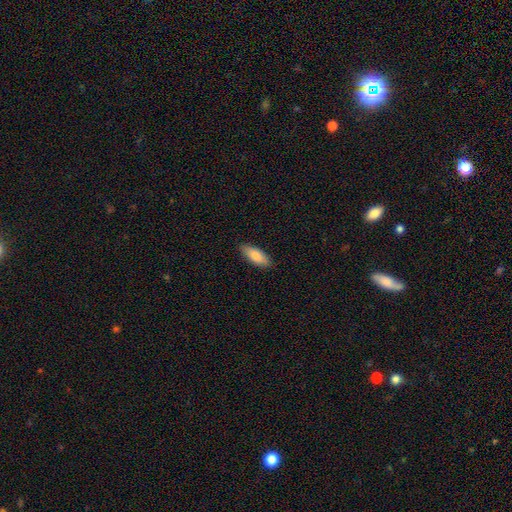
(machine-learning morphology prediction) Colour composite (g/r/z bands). It shows a smooth galaxy with no disk features (84%) that is in between round and cigar-shaped (74%). Merging: none (87%).